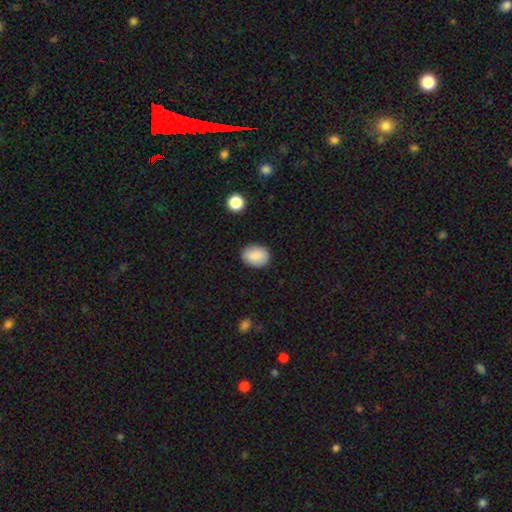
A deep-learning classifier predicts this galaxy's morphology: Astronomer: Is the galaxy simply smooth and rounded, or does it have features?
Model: smooth — 88%.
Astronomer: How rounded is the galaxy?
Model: in between — 64%.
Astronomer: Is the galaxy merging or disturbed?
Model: none — 87%.